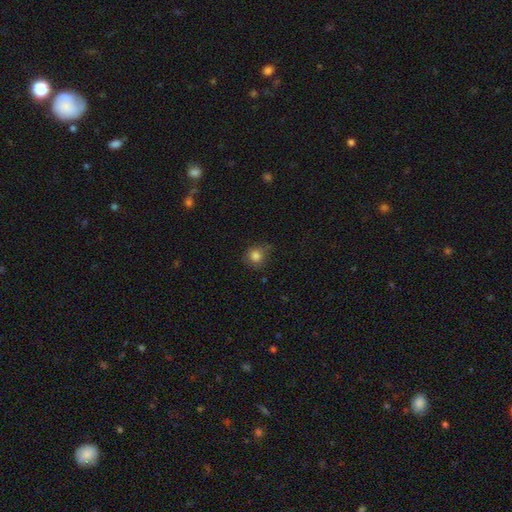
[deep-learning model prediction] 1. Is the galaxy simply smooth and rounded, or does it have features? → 83% smooth, 11% star or artifact, 6% featured or disk.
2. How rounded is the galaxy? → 84% round, 15% in between, 1% cigar-shaped.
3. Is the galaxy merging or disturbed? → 69% none, 23% minor disturbance, 5% major disturbance, 2% merger.